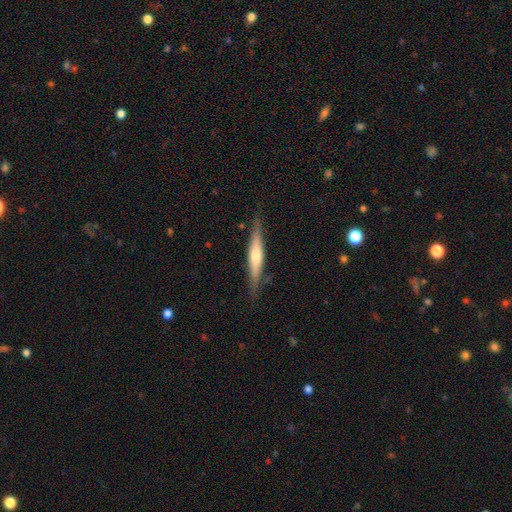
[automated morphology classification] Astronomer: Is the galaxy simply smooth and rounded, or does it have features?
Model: featured or disk — 57% (runner-up: smooth, 37%).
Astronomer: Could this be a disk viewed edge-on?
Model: yes — 95%.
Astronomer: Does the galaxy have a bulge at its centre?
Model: rounded — 73%.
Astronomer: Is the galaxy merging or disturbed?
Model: none — 84%.